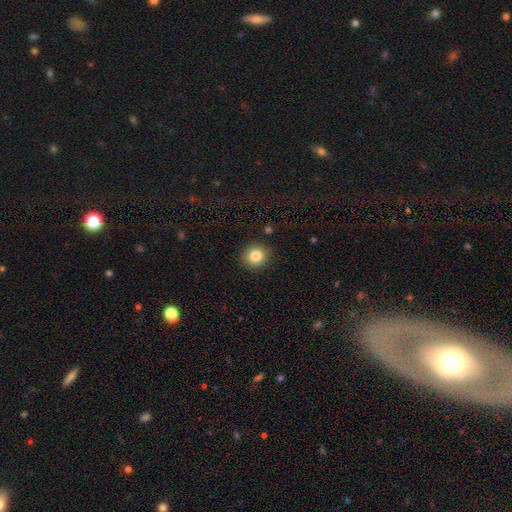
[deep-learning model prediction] smooth-or-featured: smooth: 83% | star or artifact: 10% | featured or disk: 7%
  how-rounded: round: 86% | in between: 13% | cigar-shaped: 1%
  merging: none: 90% | minor disturbance: 7% | major disturbance: 2% | merger: 1%